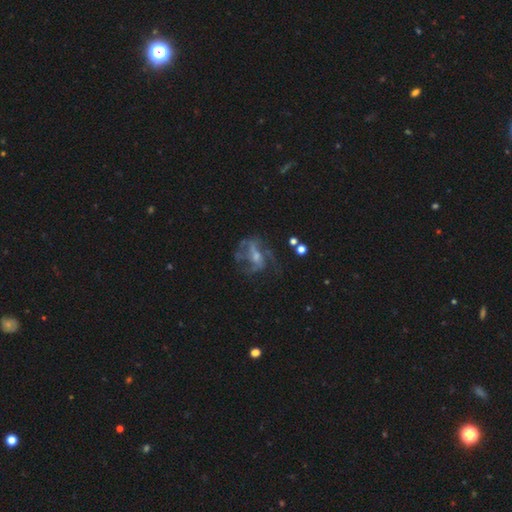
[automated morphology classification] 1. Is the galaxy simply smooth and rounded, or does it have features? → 74% featured or disk, 14% smooth, 12% star or artifact.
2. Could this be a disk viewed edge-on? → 96% no, 4% yes.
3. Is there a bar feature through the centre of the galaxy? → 47% no, 37% weak, 16% strong.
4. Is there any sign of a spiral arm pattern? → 69% yes, 31% no.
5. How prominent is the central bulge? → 49% small, 33% moderate, 13% none, 4% large, 1% dominant.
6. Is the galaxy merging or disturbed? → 44% none, 35% major disturbance, 17% minor disturbance, 4% merger.